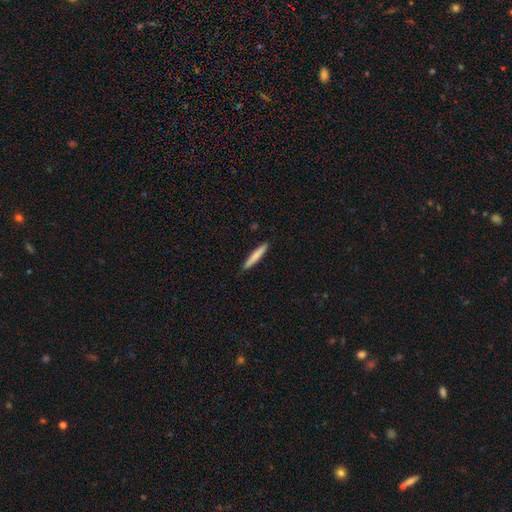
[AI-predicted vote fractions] A smooth galaxy with no disk features (77%) that is cigar-shaped (95%).

Vote fractions:
- Smooth or featured? smooth: 77% / featured or disk: 17% / star or artifact: 5%
- How rounded? cigar-shaped: 95% / in between: 4% / round: 1%
- Merging? none: 90% / minor disturbance: 8% / major disturbance: 1% / merger: 1%